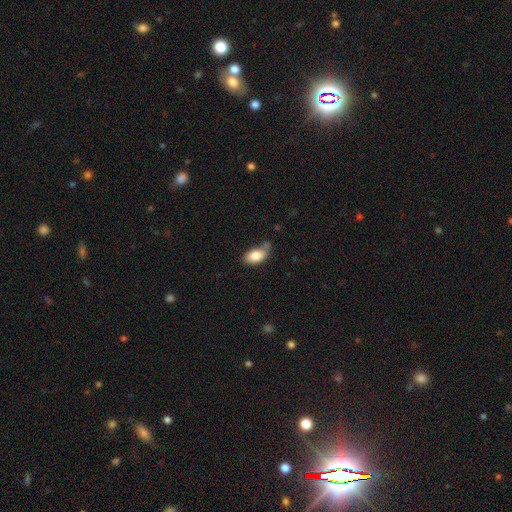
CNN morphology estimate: A smooth galaxy with no disk features (83%) that is in between round and cigar-shaped (92%).

Vote fractions:
- Smooth or featured? smooth: 83% / featured or disk: 10% / star or artifact: 7%
- How rounded? in between: 92% / round: 5% / cigar-shaped: 3%
- Merging? none: 52% / minor disturbance: 29% / merger: 11% / major disturbance: 9%